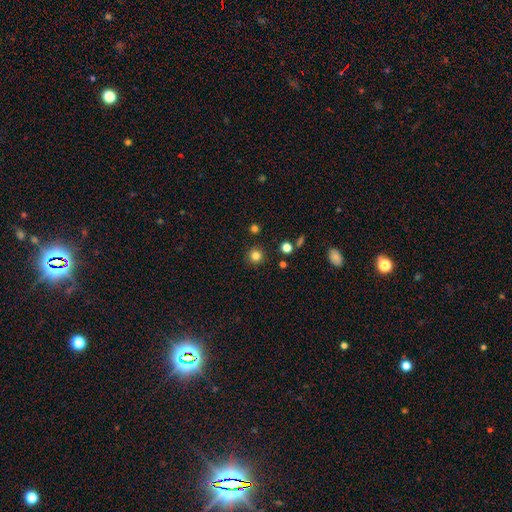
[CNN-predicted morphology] Smooth or featured: smooth — 82% (star or artifact — 13%)
How rounded: round — 95% (in between — 4%)
Merging: none — 91% (minor disturbance — 5%)